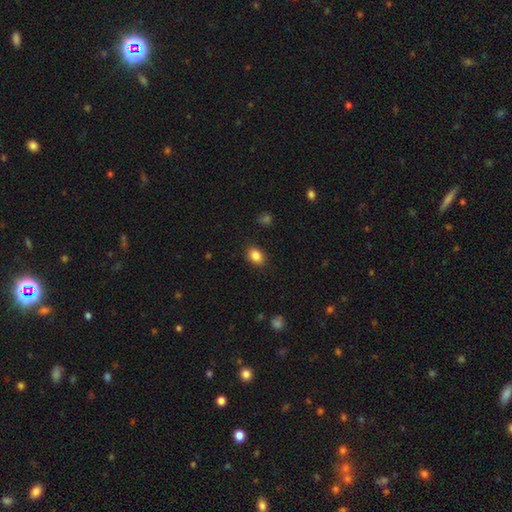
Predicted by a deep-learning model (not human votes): Smooth or featured? Predicted: smooth (p=0.86). How rounded? Predicted: in between (p=0.66). Merging? Predicted: none (p=0.86).